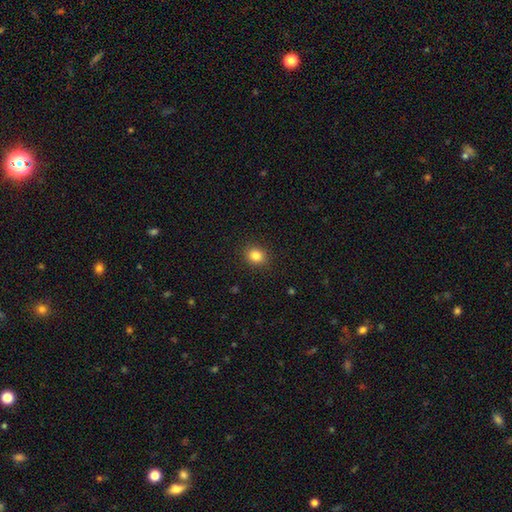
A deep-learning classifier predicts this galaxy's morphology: Q: Smooth or featured?
A: smooth (85%); runner-up: star or artifact (11%)
Q: How rounded?
A: round (65%); runner-up: in between (34%)
Q: Merging?
A: none (89%); runner-up: minor disturbance (7%)